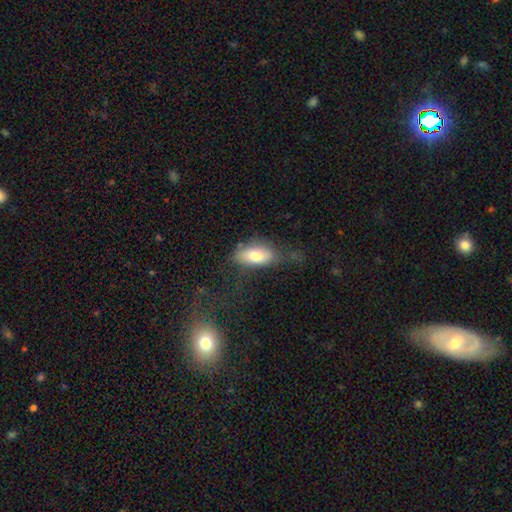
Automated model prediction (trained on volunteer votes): Smooth or featured?
  - smooth: 75% *
  - featured or disk: 18%
  - star or artifact: 7%
How rounded?
  - in between: 87% *
  - cigar-shaped: 9%
  - round: 4%
Merging?
  - none: 42% *
  - minor disturbance: 29%
  - major disturbance: 25%
  - merger: 3%